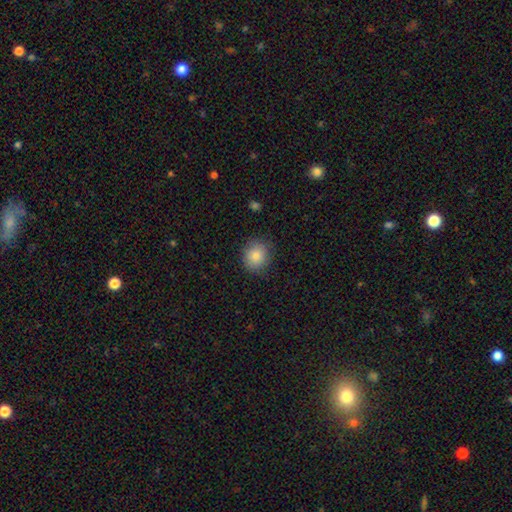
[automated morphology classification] smooth-or-featured: smooth: 81% | star or artifact: 10% | featured or disk: 9%
  how-rounded: round: 80% | in between: 19% | cigar-shaped: 1%
  merging: none: 83% | minor disturbance: 13% | major disturbance: 3% | merger: 1%